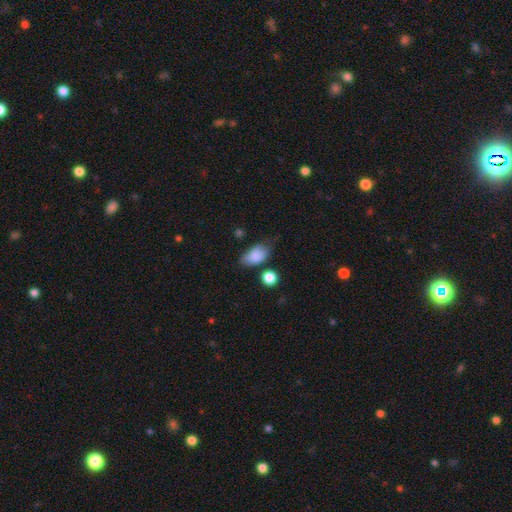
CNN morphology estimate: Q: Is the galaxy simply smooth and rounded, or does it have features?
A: smooth — 82%.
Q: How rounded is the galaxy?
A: in between — 87%.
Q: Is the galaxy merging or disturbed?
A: none — 50%.